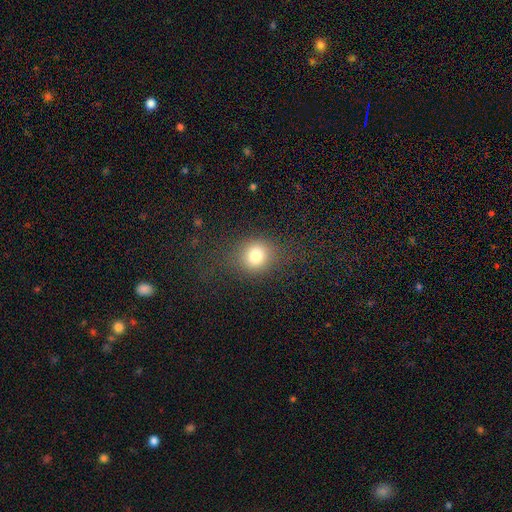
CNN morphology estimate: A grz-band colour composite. It shows a smooth galaxy with no disk features (78%) that is round (77%). Merging: none (76%).